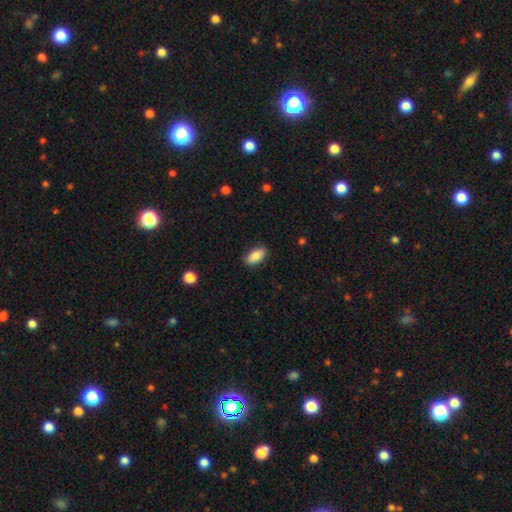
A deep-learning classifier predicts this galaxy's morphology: The model was most divided on "merging": none: 87%, minor disturbance: 10%, major disturbance: 2%, merger: 1%. More confident: how rounded — in between (91%); smooth or featured — smooth (87%).